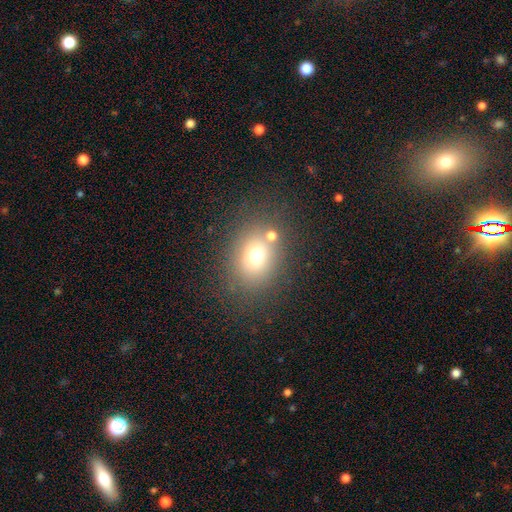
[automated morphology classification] Smooth or featured?
  - smooth: 70% *
  - star or artifact: 16%
  - featured or disk: 13%
How rounded?
  - round: 54% *
  - in between: 45%
  - cigar-shaped: 1%
Merging?
  - none: 70% *
  - merger: 13%
  - minor disturbance: 12%
  - major disturbance: 6%